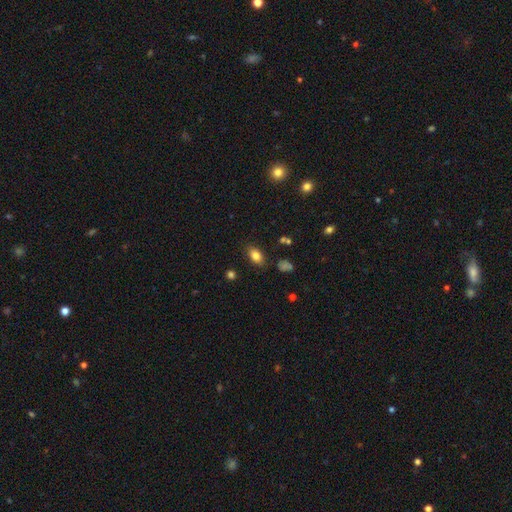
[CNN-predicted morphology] type=smooth (81%); roundness=in between (86%); merging=none (83%).